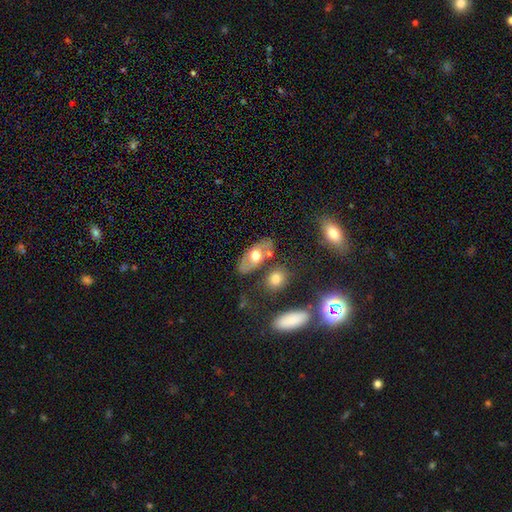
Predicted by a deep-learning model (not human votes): smooth_or_featured: smooth (p=0.50) [alt: featured or disk p=0.42]
merging: none (p=0.67) [alt: minor disturbance p=0.16]